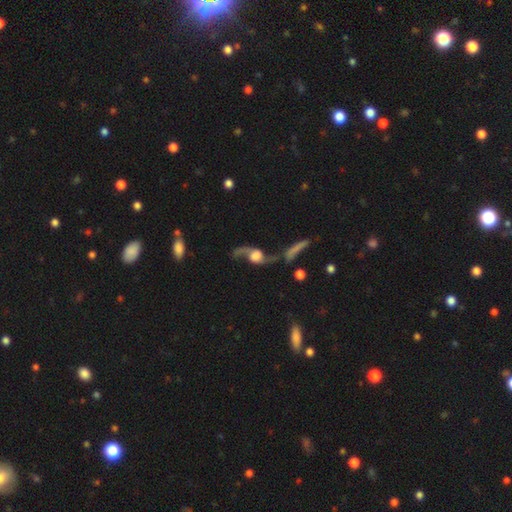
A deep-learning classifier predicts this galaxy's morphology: smooth-or-featured: featured or disk: 83% | smooth: 10% | star or artifact: 7%
  disk-edge-on: no: 88% | yes: 12%
    bar: no: 62% | weak: 29% | strong: 9%
    has-spiral-arms: yes: 93% | no: 7%
      spiral-winding: loose: 87% | medium: 10% | tight: 3%
      spiral-arm-count: 2: 92% | 1: 3% | can't tell: 2% | 3: 1% | 4: 1% | more than 4: 1%
    bulge-size: large: 50% | moderate: 20% | dominant: 12% | none: 10% | small: 8%
  merging: none: 50% | merger: 18% | major disturbance: 16% | minor disturbance: 15%